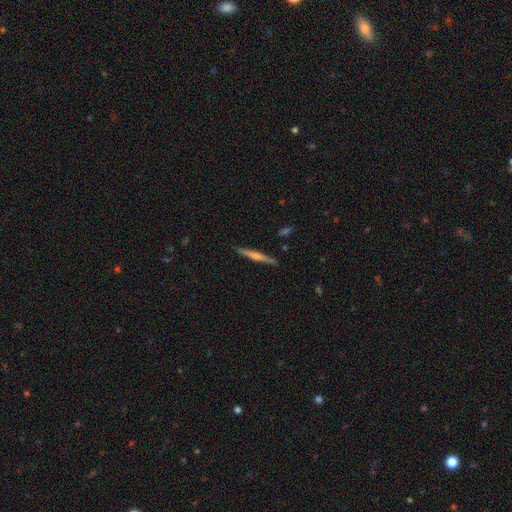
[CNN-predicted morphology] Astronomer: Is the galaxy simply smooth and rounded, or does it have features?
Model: featured or disk — 62%.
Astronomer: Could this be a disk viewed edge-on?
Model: yes — 98%.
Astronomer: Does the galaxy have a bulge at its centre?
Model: rounded — 68%.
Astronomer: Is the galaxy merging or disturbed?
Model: none — 91%.